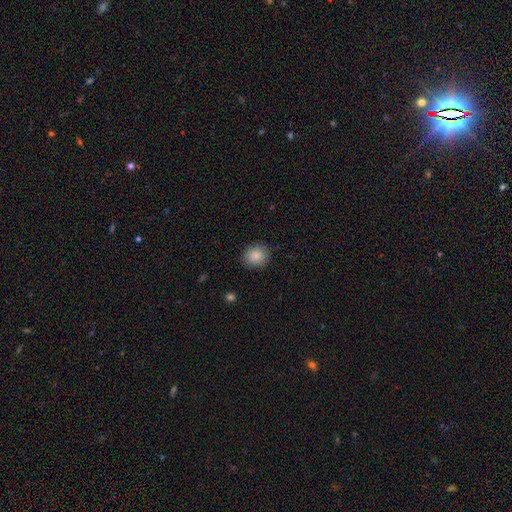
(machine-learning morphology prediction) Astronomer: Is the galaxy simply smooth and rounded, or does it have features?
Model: smooth — 86%.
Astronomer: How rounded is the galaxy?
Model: round — 77%.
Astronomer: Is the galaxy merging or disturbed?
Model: none — 88%.